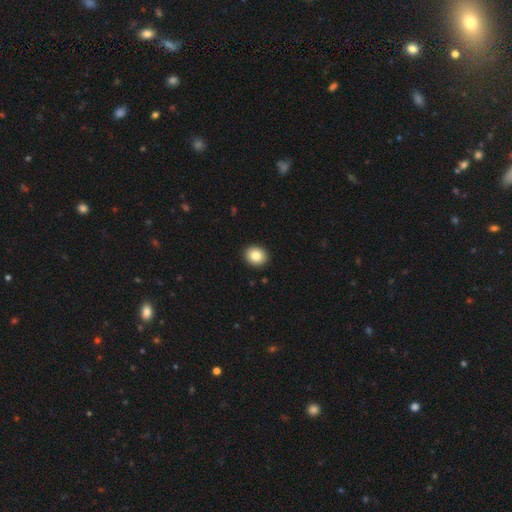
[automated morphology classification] smooth-or-featured: smooth: 84% | star or artifact: 9% | featured or disk: 7%
  how-rounded: round: 67% | in between: 32% | cigar-shaped: 1%
  merging: none: 92% | minor disturbance: 5% | major disturbance: 1% | merger: 1%